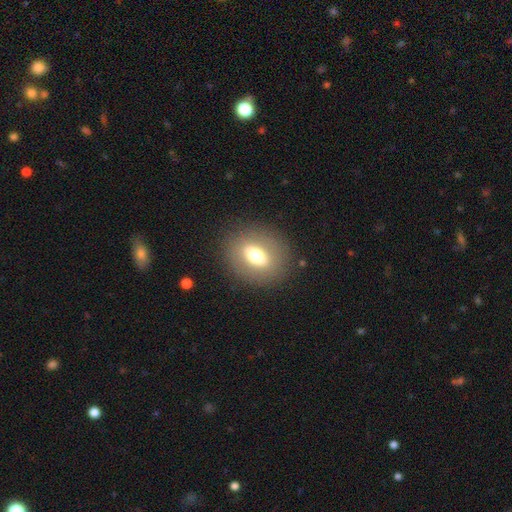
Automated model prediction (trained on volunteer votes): Smooth or featured? smooth (59%)
How rounded? round (53%)
Merging? none (86%)